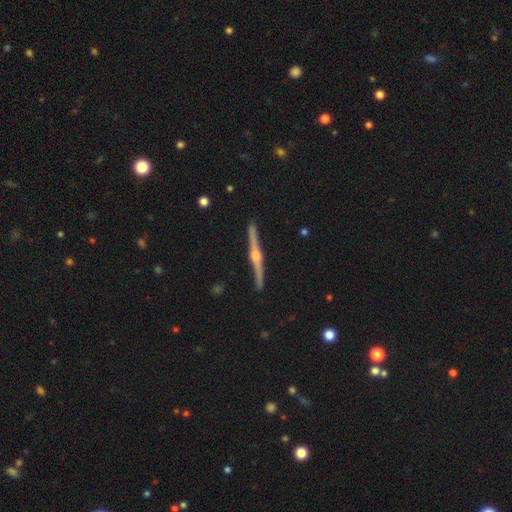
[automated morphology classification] A featured or disk galaxy (86%) viewed edge-on (98%) with a rounded central bulge (89%).

Vote fractions:
- Smooth or featured? featured or disk: 86% / smooth: 9% / star or artifact: 4%
- Edge-on disk? yes: 98% / no: 2%
- Edge-on bulge? rounded: 89% / boxy: 6% / none: 5%
- Merging? none: 90% / minor disturbance: 7% / major disturbance: 1% / merger: 1%